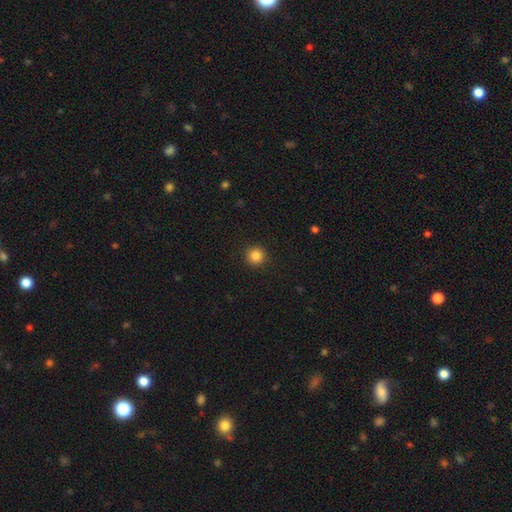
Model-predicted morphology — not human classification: Smooth or featured? Predicted: smooth (p=0.85). How rounded? Predicted: round (p=0.95). Merging? Predicted: none (p=0.92).